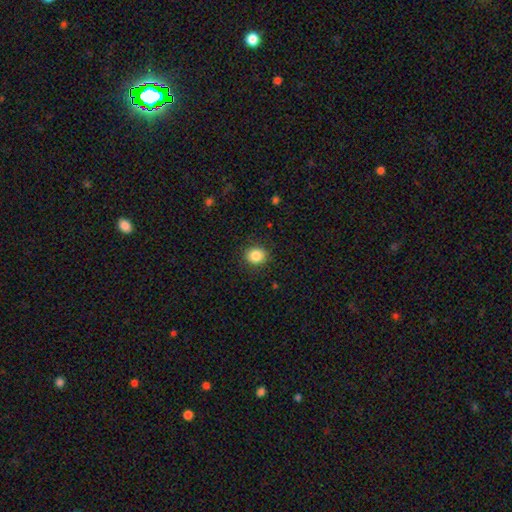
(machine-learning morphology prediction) smooth 85%, star or artifact 10%, featured or disk 5%. Down the decision tree: how rounded — round (80%); merging — none (89%).